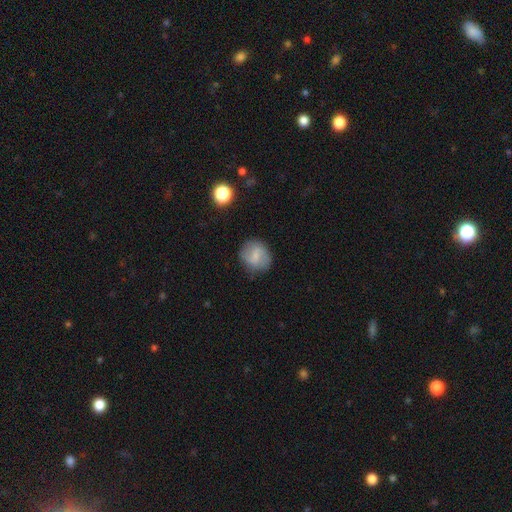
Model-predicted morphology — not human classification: Smooth or featured? smooth (52%)
How rounded? round (74%)
Merging? none (78%)